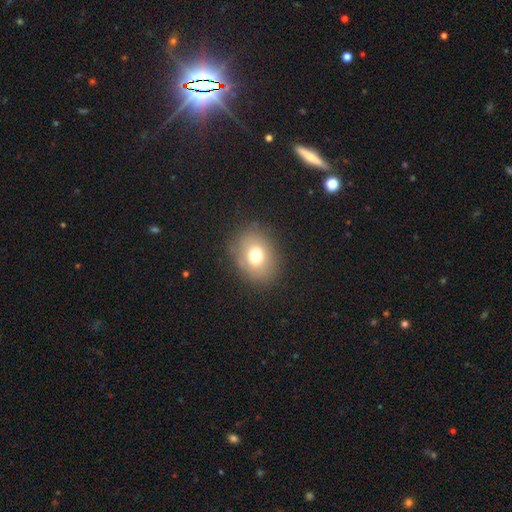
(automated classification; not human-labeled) Smooth or featured?
  - smooth: 71% *
  - featured or disk: 17%
  - star or artifact: 12%
How rounded?
  - in between: 53% *
  - round: 46%
  - cigar-shaped: 1%
Merging?
  - none: 80% *
  - minor disturbance: 13%
  - major disturbance: 5%
  - merger: 1%